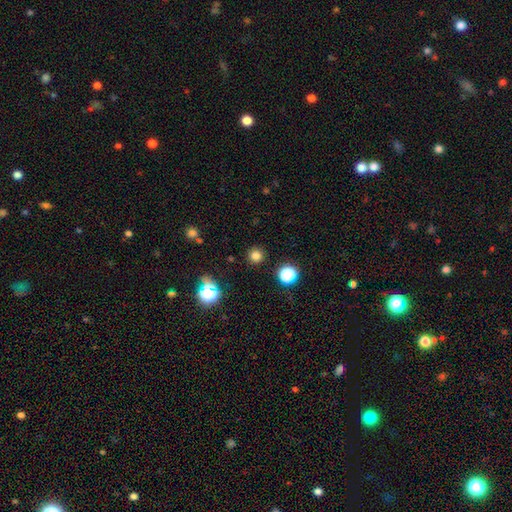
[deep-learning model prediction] smooth 78%, star or artifact 18%, featured or disk 5%. Down the decision tree: how rounded — round (95%); merging — none (90%).